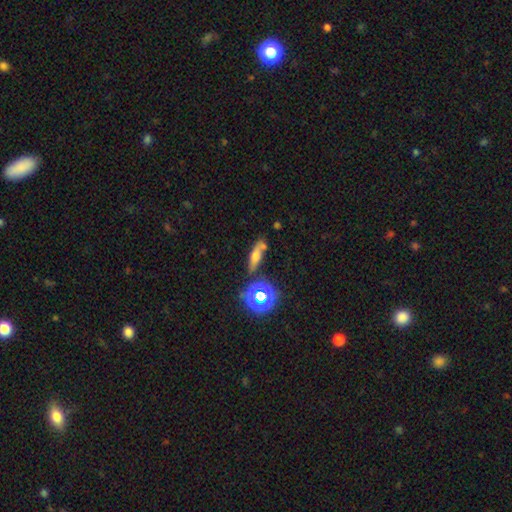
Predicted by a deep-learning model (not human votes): smooth-or-featured: smooth: 45% | featured or disk: 29% | star or artifact: 26%
  merging: none: 69% | minor disturbance: 16% | merger: 9% | major disturbance: 6%